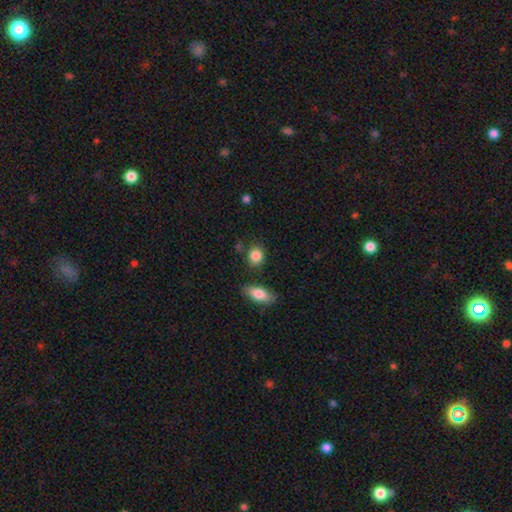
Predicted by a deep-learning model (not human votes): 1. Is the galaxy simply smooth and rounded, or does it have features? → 86% smooth, 8% star or artifact, 5% featured or disk.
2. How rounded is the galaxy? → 67% round, 31% in between, 2% cigar-shaped.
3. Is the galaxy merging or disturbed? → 78% none, 12% minor disturbance, 6% merger, 3% major disturbance.